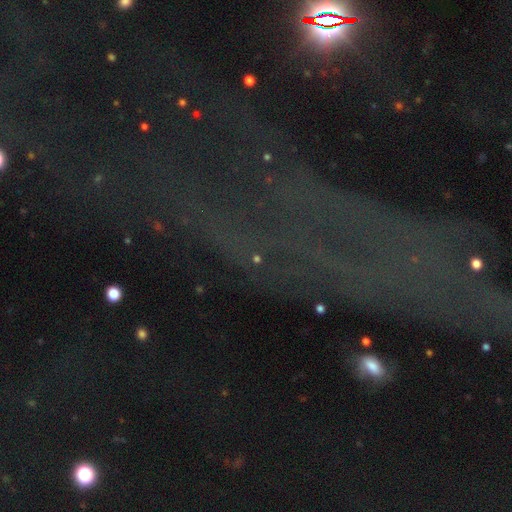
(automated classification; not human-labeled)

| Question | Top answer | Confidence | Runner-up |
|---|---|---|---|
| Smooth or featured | star or artifact | 71% | featured or disk (15%) |